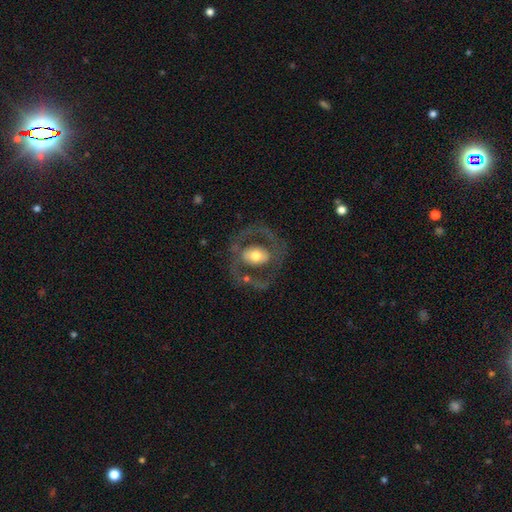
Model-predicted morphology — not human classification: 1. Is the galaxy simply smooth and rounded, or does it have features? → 65% featured or disk, 29% smooth, 6% star or artifact.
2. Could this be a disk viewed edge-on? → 95% no, 5% yes.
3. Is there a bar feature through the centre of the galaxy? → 61% no, 25% weak, 14% strong.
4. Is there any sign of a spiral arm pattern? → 59% no, 41% yes.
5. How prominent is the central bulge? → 64% moderate, 21% large, 12% small, 2% dominant, 1% none.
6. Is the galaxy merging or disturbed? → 65% none, 18% major disturbance, 14% minor disturbance, 3% merger.